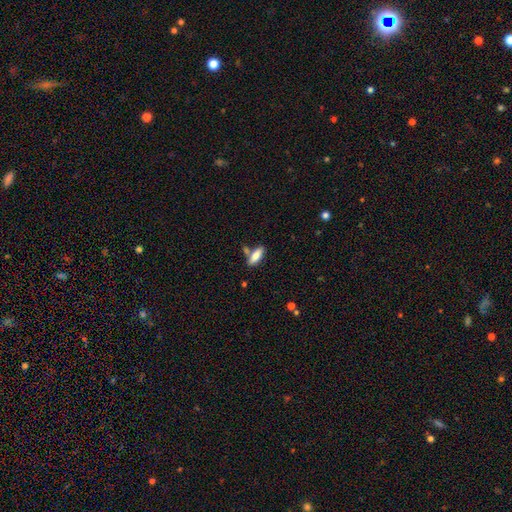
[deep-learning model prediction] Smooth or featured? Predicted: smooth (p=0.80). How rounded? Predicted: in between (p=0.71). Merging? Predicted: none (p=0.68).